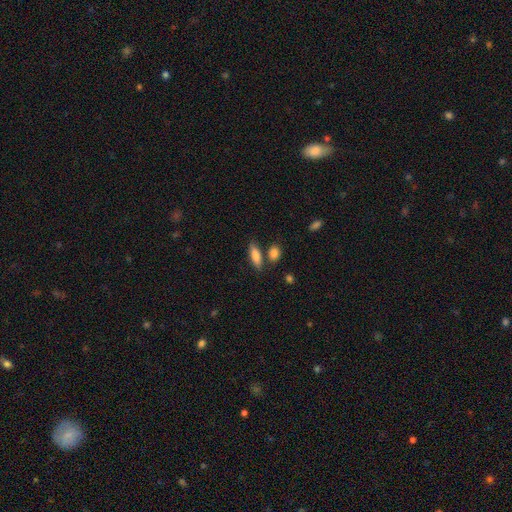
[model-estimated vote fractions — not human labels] This is clearly a smooth galaxy (84%). How rounded: likely in between (61%). Merging: likely none (71%).